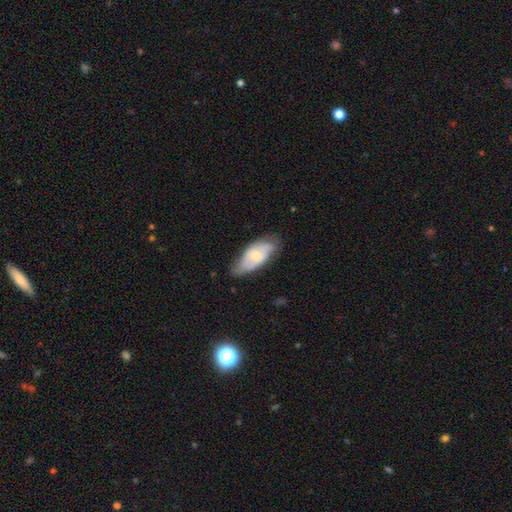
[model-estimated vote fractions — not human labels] This is possibly a smooth galaxy (51%). How rounded: clearly in between (88%). Merging: possibly none (58%).